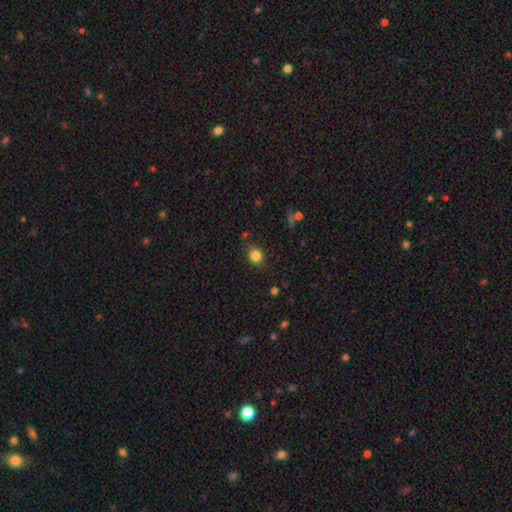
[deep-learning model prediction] This appears to be a smooth galaxy with no disk features (84%) that is round (63%). Merging: none (83%).